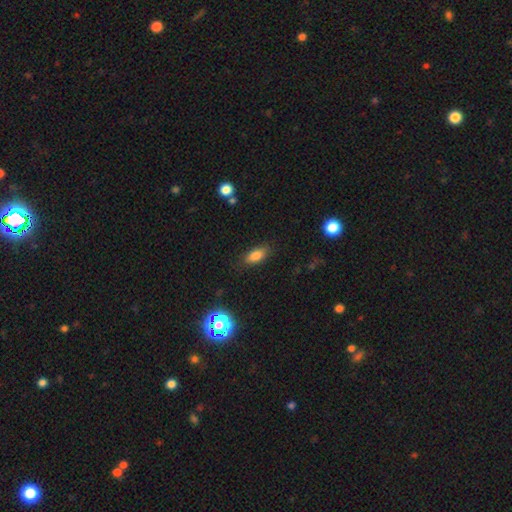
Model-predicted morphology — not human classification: A smooth galaxy with no disk features (82%) that is in between round and cigar-shaped (85%). Merging: none (83%).